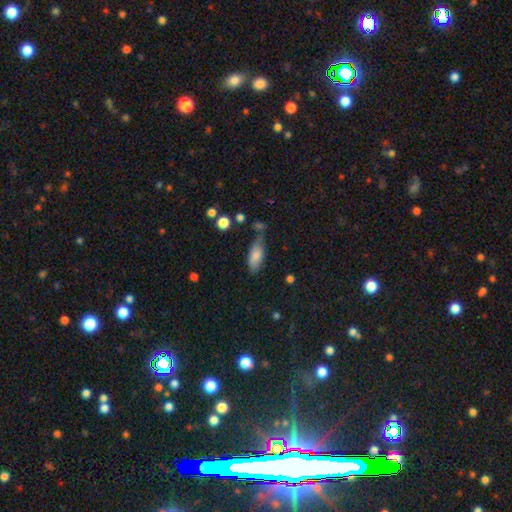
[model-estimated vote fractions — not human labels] Overall: smooth (83%). How rounded: in between (82%). Merging: none (60%; minor disturbance 25%).